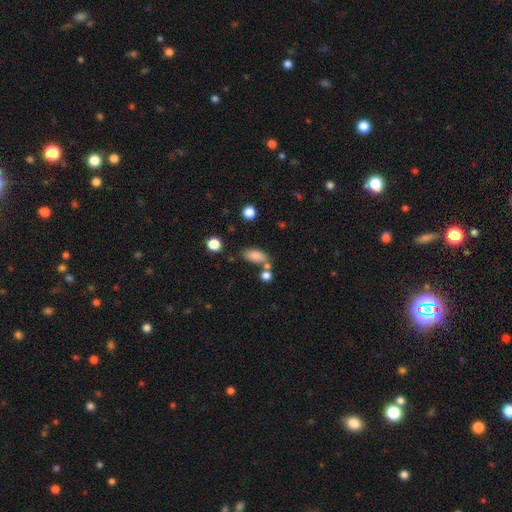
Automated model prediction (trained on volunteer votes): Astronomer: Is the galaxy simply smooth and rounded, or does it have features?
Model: smooth — 83%.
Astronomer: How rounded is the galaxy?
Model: in between — 87%.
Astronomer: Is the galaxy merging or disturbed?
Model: none — 59%.